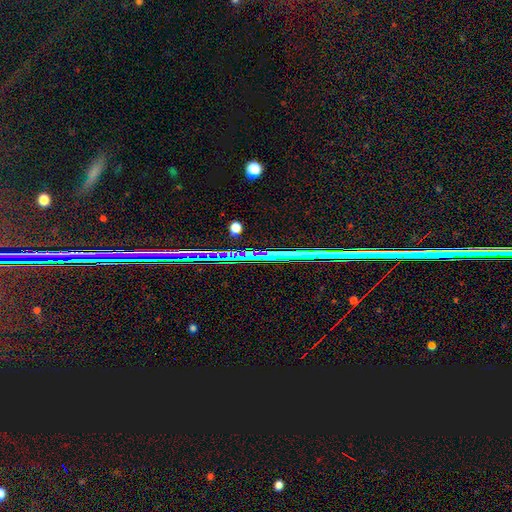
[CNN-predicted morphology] The model was most divided on "smooth or featured": star or artifact: 82%, featured or disk: 11%, smooth: 7%.